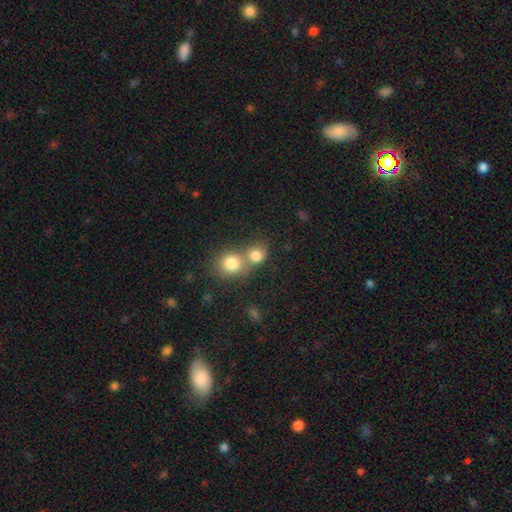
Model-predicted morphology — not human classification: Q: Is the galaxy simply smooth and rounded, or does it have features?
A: smooth — 80%.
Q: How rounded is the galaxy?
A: round — 77%.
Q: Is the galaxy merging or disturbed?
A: merger — 53%.